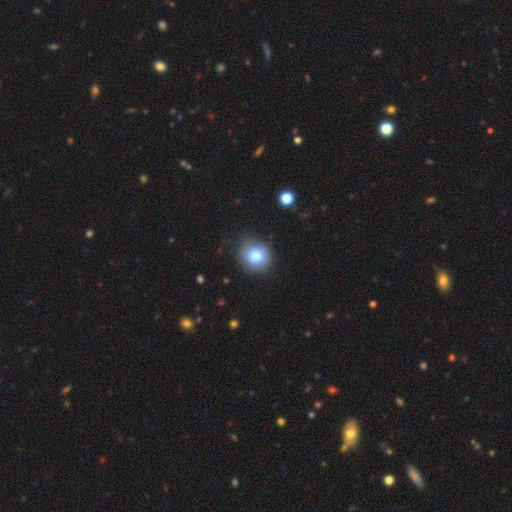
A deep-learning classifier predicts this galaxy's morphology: A smooth galaxy with no disk features (83%) that is round (78%).

Vote fractions:
- Smooth or featured? smooth: 83% / featured or disk: 9% / star or artifact: 9%
- How rounded? round: 78% / in between: 21% / cigar-shaped: 1%
- Merging? none: 71% / minor disturbance: 21% / major disturbance: 6% / merger: 2%